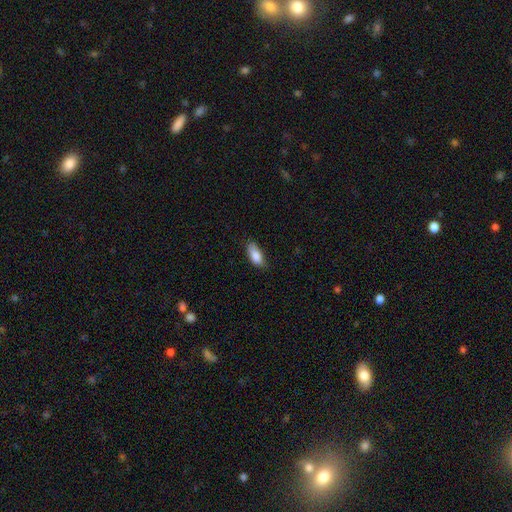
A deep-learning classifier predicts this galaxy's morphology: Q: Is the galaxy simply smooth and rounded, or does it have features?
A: smooth — 86%.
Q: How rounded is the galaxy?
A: in between — 86%.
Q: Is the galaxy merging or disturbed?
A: none — 67%.